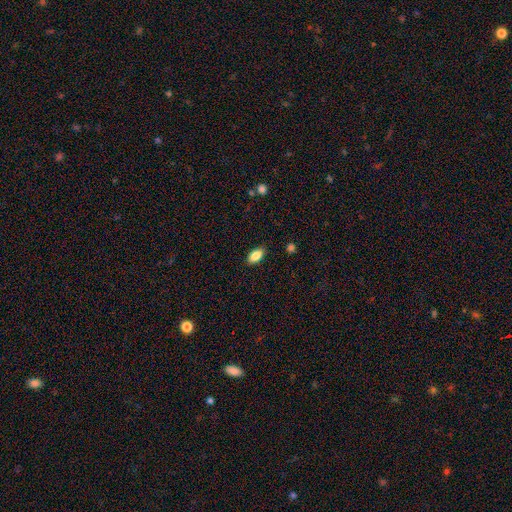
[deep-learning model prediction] Smooth or featured: smooth — 87% (star or artifact — 8%)
How rounded: in between — 92% (round — 4%)
Merging: none — 88% (minor disturbance — 9%)